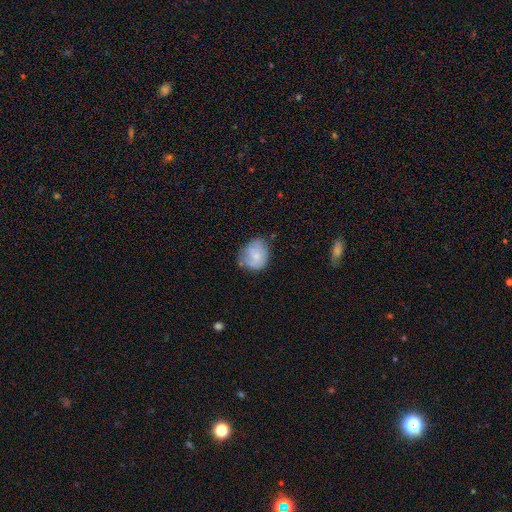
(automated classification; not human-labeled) smooth-or-featured: smooth: 66% | featured or disk: 26% | star or artifact: 8%
  how-rounded: round: 58% | in between: 41% | cigar-shaped: 1%
  merging: none: 53% | minor disturbance: 33% | major disturbance: 11% | merger: 4%